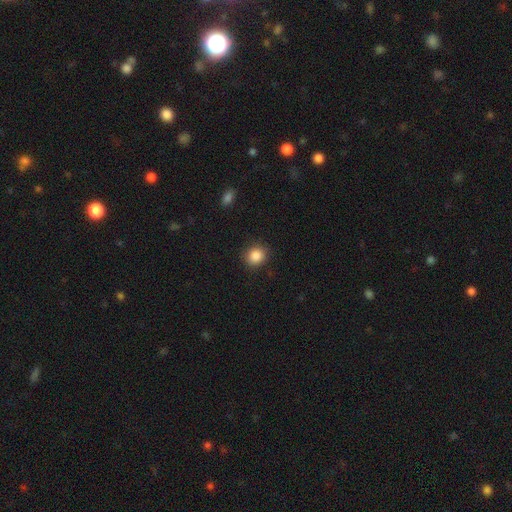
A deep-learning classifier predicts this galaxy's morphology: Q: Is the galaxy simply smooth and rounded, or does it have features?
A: smooth — 86%.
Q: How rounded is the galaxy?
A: round — 80%.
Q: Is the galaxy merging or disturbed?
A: none — 88%.